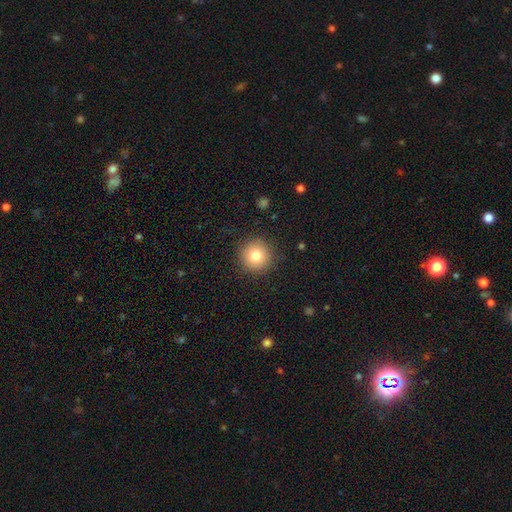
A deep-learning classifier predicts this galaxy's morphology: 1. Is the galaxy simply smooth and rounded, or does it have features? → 78% smooth, 11% star or artifact, 10% featured or disk.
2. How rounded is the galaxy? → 96% round, 3% in between, 1% cigar-shaped.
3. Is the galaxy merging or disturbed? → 90% none, 7% minor disturbance, 2% major disturbance, 1% merger.